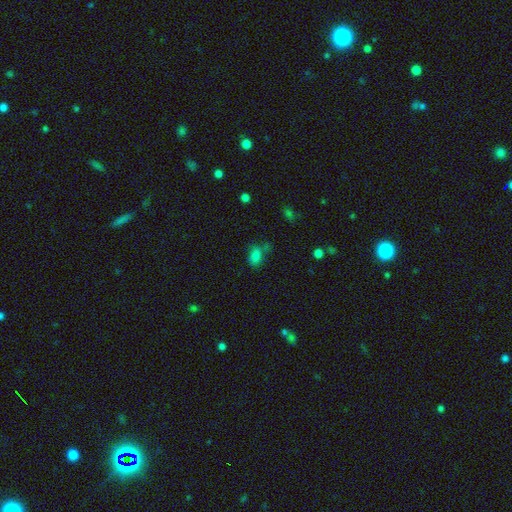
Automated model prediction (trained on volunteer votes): Smooth or featured? smooth (76%)
How rounded? in between (82%)
Merging? none (59%)